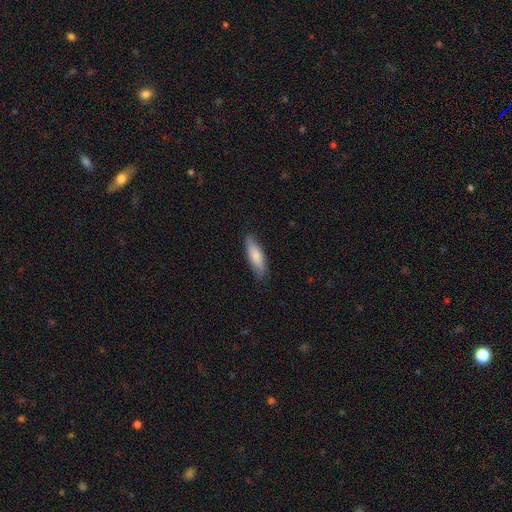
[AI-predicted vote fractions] The model was most divided on "how rounded": in between: 50%, cigar-shaped: 49%, round: 2%. More confident: merging — none (80%); smooth or featured — smooth (80%).